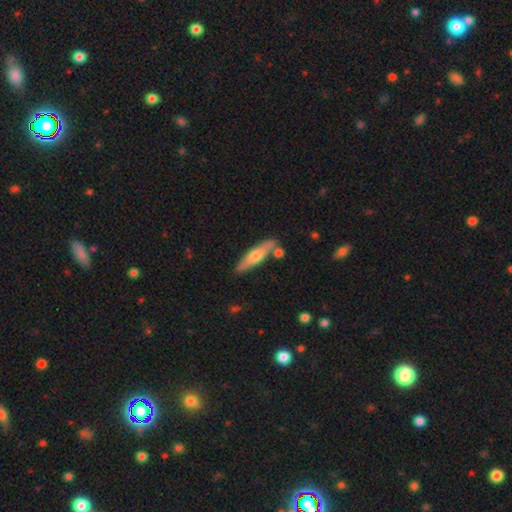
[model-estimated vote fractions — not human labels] Q: Smooth or featured?
A: smooth (54%); runner-up: featured or disk (41%)
Q: How rounded?
A: cigar-shaped (74%); runner-up: in between (24%)
Q: Merging?
A: none (78%); runner-up: minor disturbance (12%)